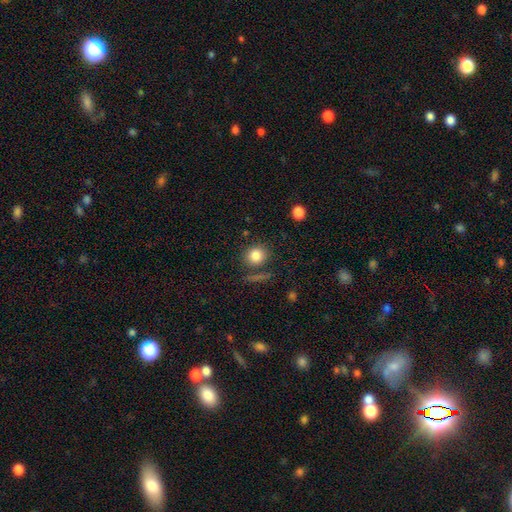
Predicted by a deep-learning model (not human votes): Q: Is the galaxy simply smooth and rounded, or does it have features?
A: smooth — 83%.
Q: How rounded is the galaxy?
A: round — 83%.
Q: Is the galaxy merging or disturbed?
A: none — 78%.